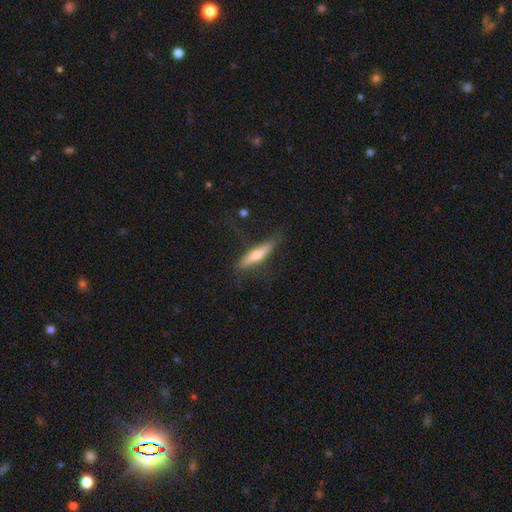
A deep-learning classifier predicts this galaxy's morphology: Smooth or featured?
  - featured or disk: 49% *
  - smooth: 45%
  - star or artifact: 6%
Merging?
  - none: 70% *
  - minor disturbance: 20%
  - major disturbance: 8%
  - merger: 2%